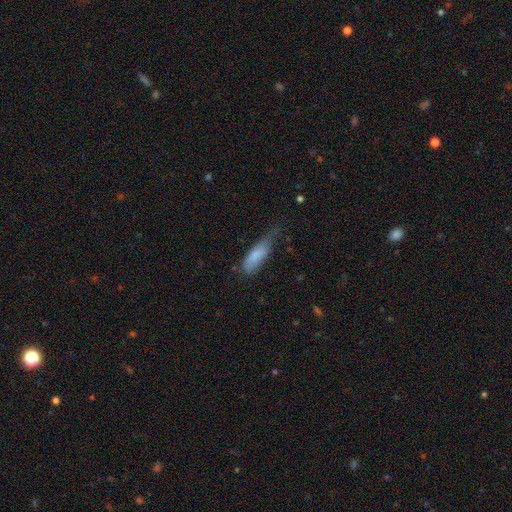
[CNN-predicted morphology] smooth-or-featured: smooth: 79% | featured or disk: 15% | star or artifact: 7%
  how-rounded: in between: 61% | cigar-shaped: 37% | round: 2%
  merging: minor disturbance: 45% | none: 28% | major disturbance: 24% | merger: 3%